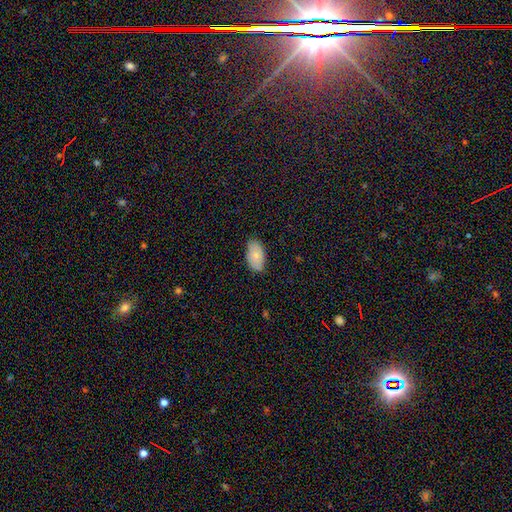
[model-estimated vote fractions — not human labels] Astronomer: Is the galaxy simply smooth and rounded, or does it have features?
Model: smooth — 78%.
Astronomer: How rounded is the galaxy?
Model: in between — 94%.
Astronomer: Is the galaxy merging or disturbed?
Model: none — 80%.